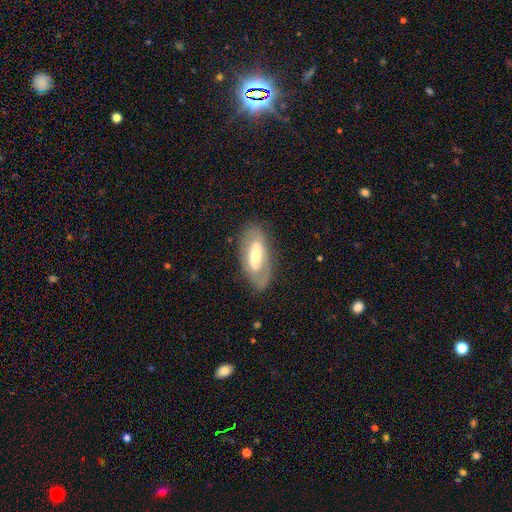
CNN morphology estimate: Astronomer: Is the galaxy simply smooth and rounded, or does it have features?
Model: featured or disk — 60%.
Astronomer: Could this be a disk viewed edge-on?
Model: no — 84%.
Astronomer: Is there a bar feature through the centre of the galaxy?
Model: no — 37% (runner-up: weak, 33%).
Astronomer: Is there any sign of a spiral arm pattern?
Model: no — 54% (runner-up: yes, 46%).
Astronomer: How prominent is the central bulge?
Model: moderate — 58%.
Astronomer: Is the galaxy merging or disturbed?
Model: none — 79%.